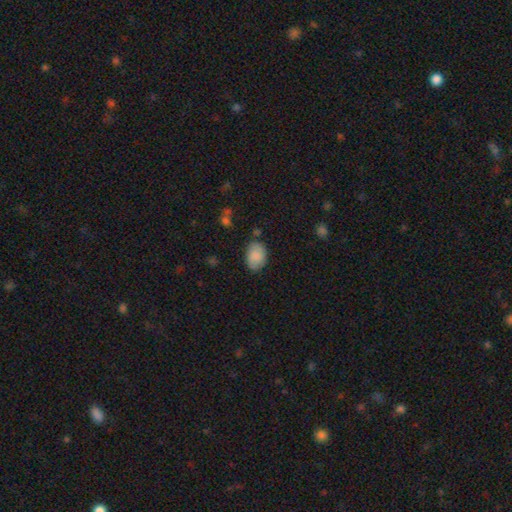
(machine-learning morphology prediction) This appears to be a smooth galaxy with no disk features (86%) that is in between round and cigar-shaped (87%). Merging: none (79%).